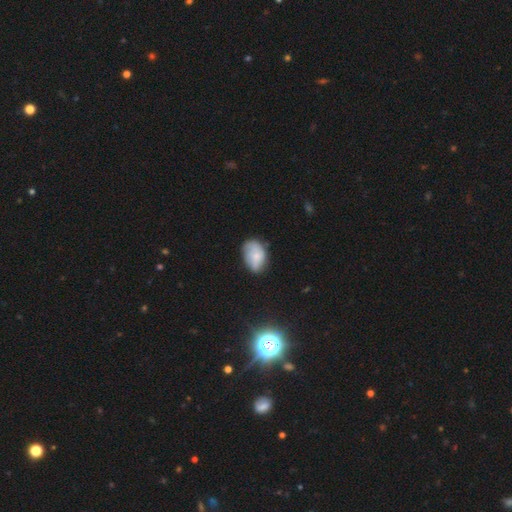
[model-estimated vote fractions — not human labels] Smooth or featured? smooth (62%)
How rounded? in between (86%)
Merging? none (56%)